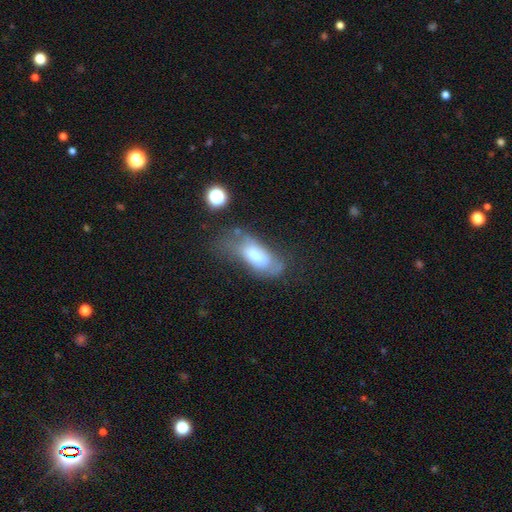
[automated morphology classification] Smooth or featured: smooth — 61% (featured or disk — 29%)
How rounded: in between — 80% (cigar-shaped — 17%)
Merging: none — 33% (major disturbance — 32%)